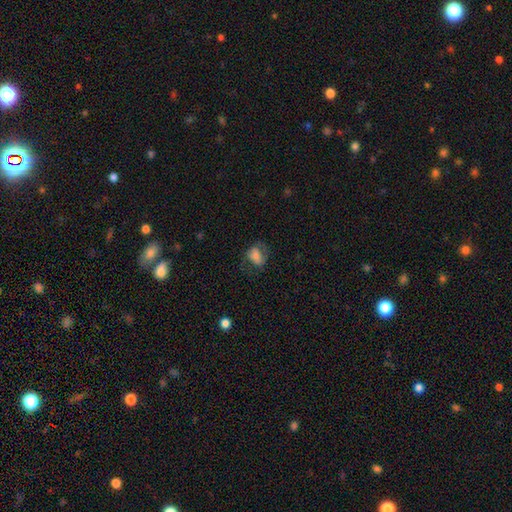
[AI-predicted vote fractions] Smooth or featured? smooth (60%)
How rounded? in between (74%)
Merging? none (50%)